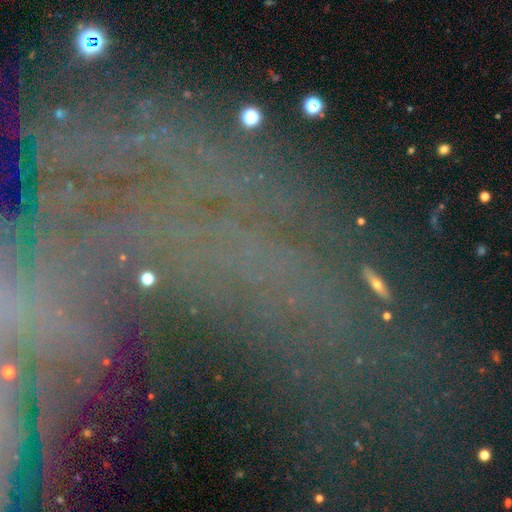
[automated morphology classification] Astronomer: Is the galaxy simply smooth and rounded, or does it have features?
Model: star or artifact — 50% (runner-up: featured or disk, 34%).